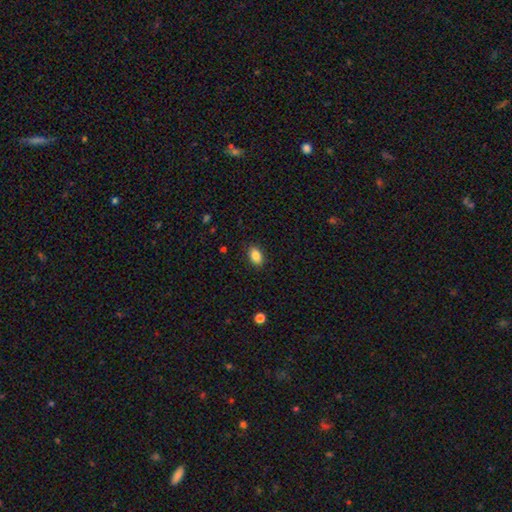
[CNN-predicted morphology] Overall: smooth (86%). How rounded: in between (86%). Merging: none (88%).